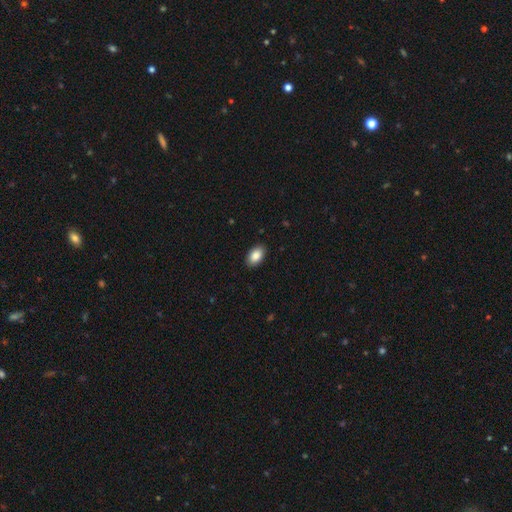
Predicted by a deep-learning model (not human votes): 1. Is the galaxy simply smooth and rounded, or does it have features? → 88% smooth, 7% star or artifact, 5% featured or disk.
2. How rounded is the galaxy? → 94% in between, 5% round, 1% cigar-shaped.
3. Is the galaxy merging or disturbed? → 89% none, 8% minor disturbance, 2% major disturbance, 1% merger.